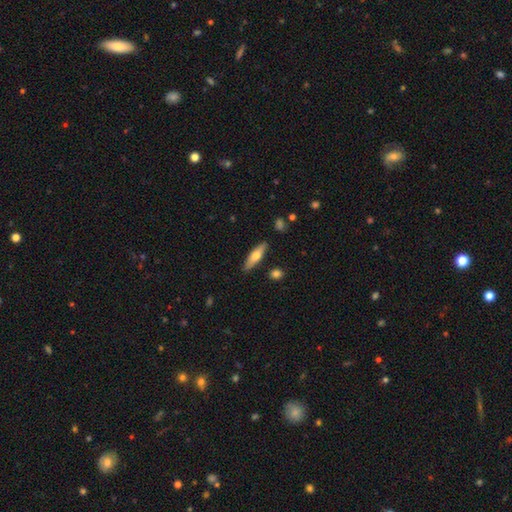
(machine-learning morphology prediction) This appears to be a smooth galaxy with no disk features (61%) that is cigar-shaped (66%). Merging: none (85%).